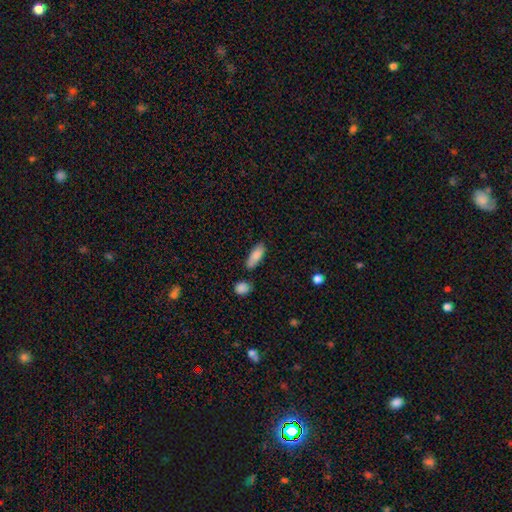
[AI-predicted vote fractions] This appears to be a smooth galaxy with no disk features (85%) that is in between round and cigar-shaped (71%). Merging: none (73%).